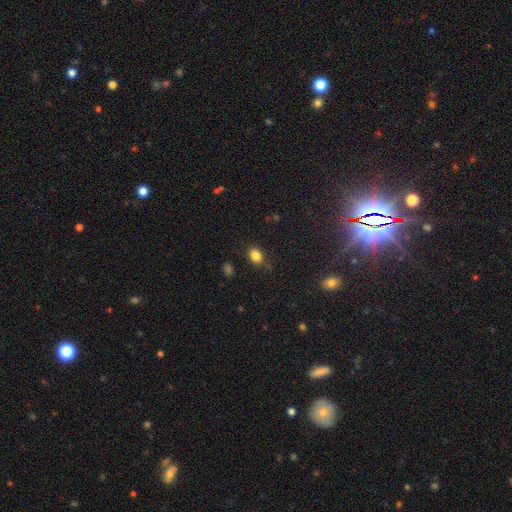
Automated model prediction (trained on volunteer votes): Smooth or featured? smooth (83%)
How rounded? in between (71%)
Merging? none (81%)